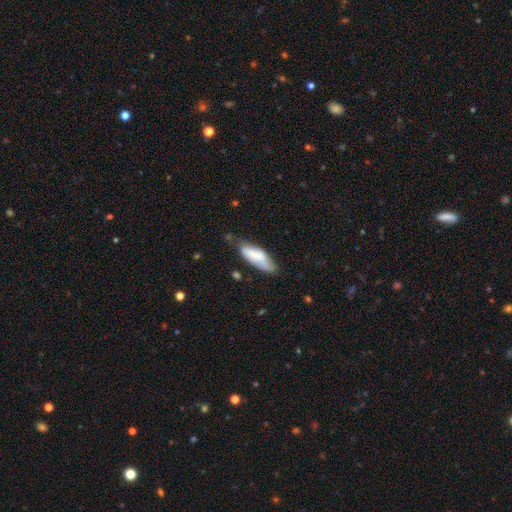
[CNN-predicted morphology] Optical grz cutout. It shows a smooth galaxy with no disk features (74%) that is in between round and cigar-shaped (63%). Merging: none (54%).